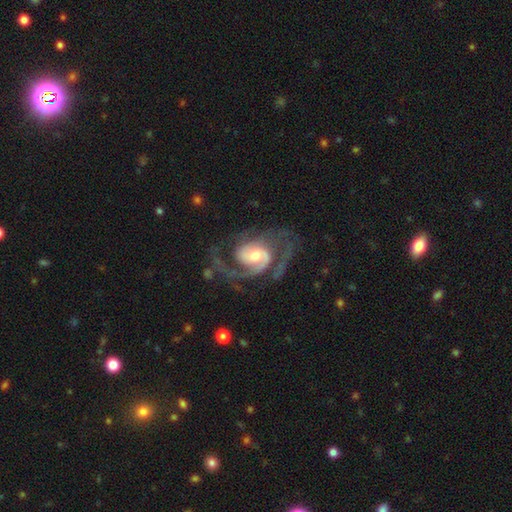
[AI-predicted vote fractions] Smooth or featured? Predicted: featured or disk (p=0.90). Edge-on disk? Predicted: no (p=0.98). Bar? Predicted: no (p=0.57). Spiral arms? Predicted: yes (p=0.97). Spiral winding? Predicted: medium (p=0.51). Spiral arm count? Predicted: 2 (p=0.59). Bulge size? Predicted: moderate (p=0.59). Merging? Predicted: none (p=0.58).